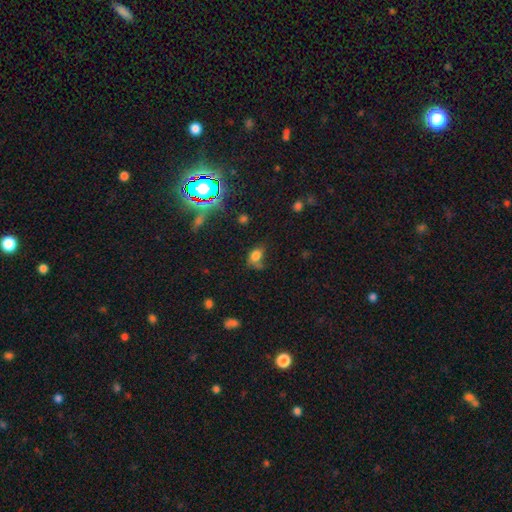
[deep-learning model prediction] smooth_or_featured: smooth (p=0.73) [alt: star or artifact p=0.17]
how_rounded: in between (p=0.76) [alt: round p=0.22]
merging: none (p=0.43) [alt: minor disturbance p=0.27]